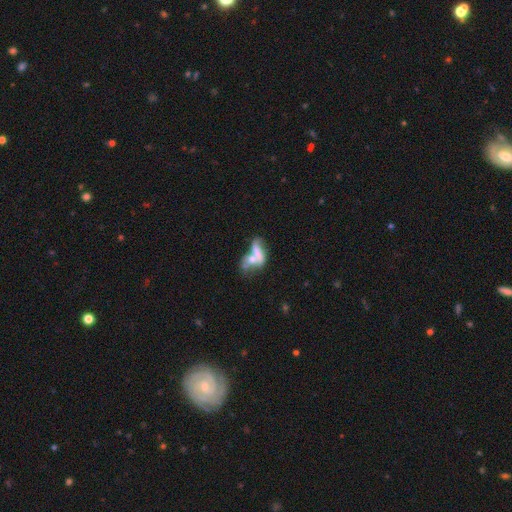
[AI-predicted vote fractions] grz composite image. It shows a smooth galaxy with no disk features (47%). Merging: merger (66%).